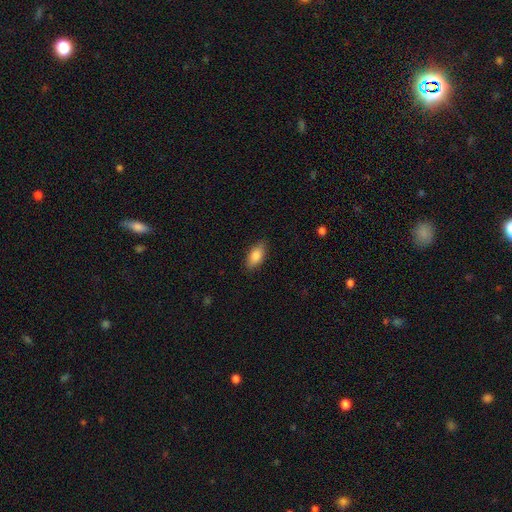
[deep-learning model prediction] Smooth or featured? smooth (85%)
How rounded? in between (89%)
Merging? none (87%)